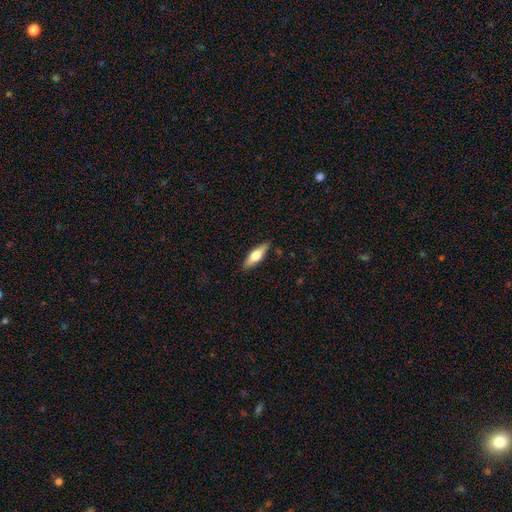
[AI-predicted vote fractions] smooth-or-featured: smooth: 48% | featured or disk: 47% | star or artifact: 6%
  merging: none: 88% | minor disturbance: 9% | major disturbance: 2% | merger: 1%